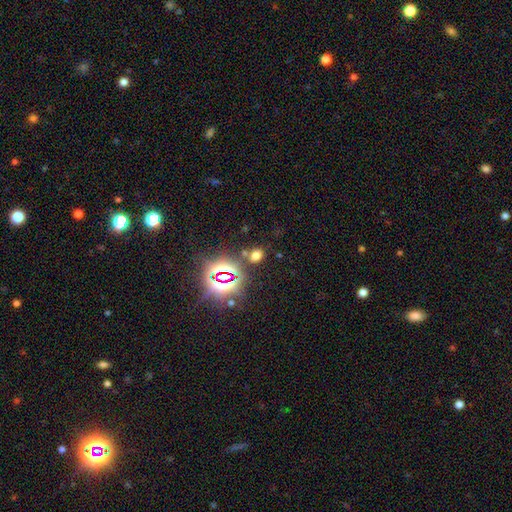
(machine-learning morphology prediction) The model was most divided on "how rounded": in between: 60%, round: 38%, cigar-shaped: 2%. More confident: merging — none (77%); smooth or featured — smooth (58%).